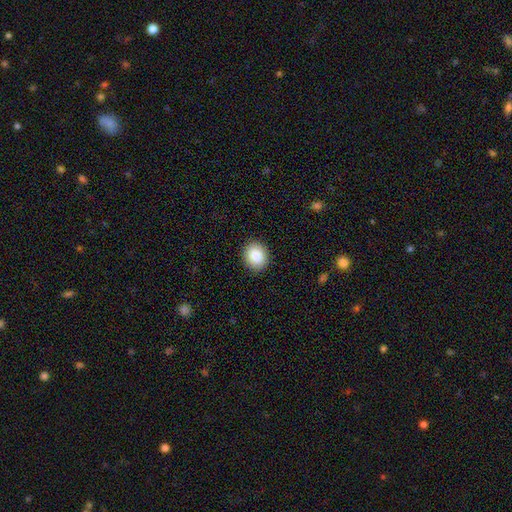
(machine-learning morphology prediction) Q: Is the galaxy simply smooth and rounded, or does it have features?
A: smooth — 85%.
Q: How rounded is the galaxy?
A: round — 68%.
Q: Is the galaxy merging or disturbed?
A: none — 91%.